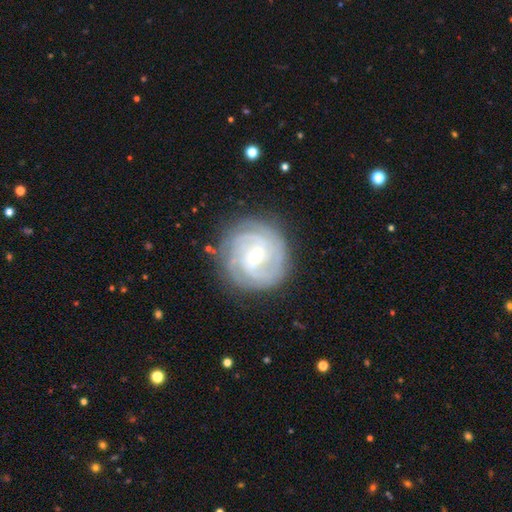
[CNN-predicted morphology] A featured or disk galaxy (86%) with a weak bar (48%), 3 (28%) tight (70%) spiral arms (96%) and a small central bulge (67%).

Vote fractions:
- Smooth or featured? featured or disk: 86% / smooth: 8% / star or artifact: 5%
- Edge-on disk? no: 98% / yes: 2%
- Bar? weak: 48% / no: 36% / strong: 17%
- Spiral arms? yes: 96% / no: 4%
- Spiral winding? tight: 70% / medium: 25% / loose: 5%
- Spiral arm count? 3: 28% / can't tell: 24% / 2: 20% / 4: 15% / more than 4: 6% / 1: 6%
- Bulge size? small: 67% / moderate: 30% / large: 1% / none: 1% / dominant: 1%
- Merging? none: 83% / minor disturbance: 12% / major disturbance: 4% / merger: 1%